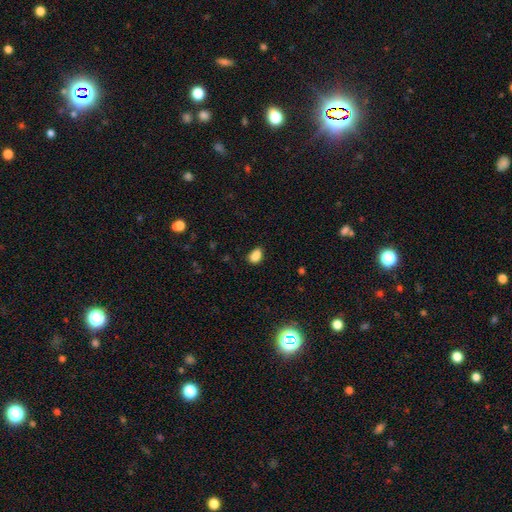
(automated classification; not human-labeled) Q: Smooth or featured?
A: smooth (85%); runner-up: star or artifact (11%)
Q: How rounded?
A: in between (83%); runner-up: round (15%)
Q: Merging?
A: none (67%); runner-up: minor disturbance (24%)